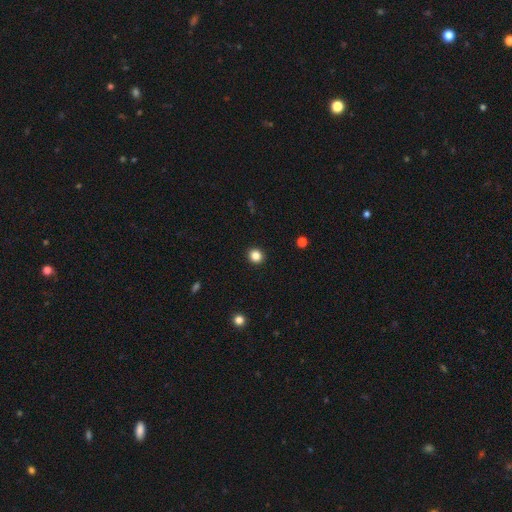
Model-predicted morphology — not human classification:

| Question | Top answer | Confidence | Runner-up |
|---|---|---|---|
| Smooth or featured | smooth | 84% | star or artifact (12%) |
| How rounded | round | 89% | in between (10%) |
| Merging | none | 93% | minor disturbance (5%) |